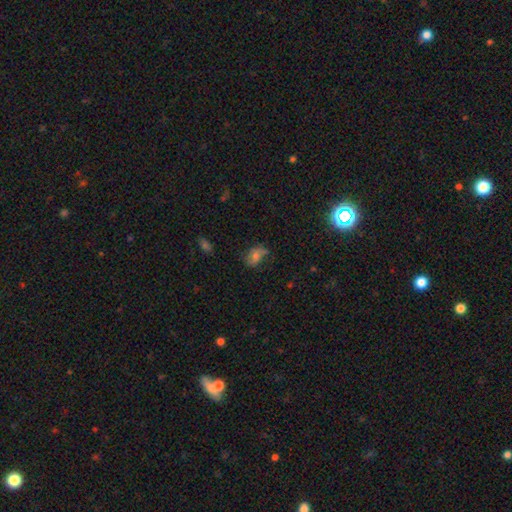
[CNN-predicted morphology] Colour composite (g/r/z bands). It shows a smooth galaxy with no disk features (53%) that is in between round and cigar-shaped (79%). Merging: none (54%).